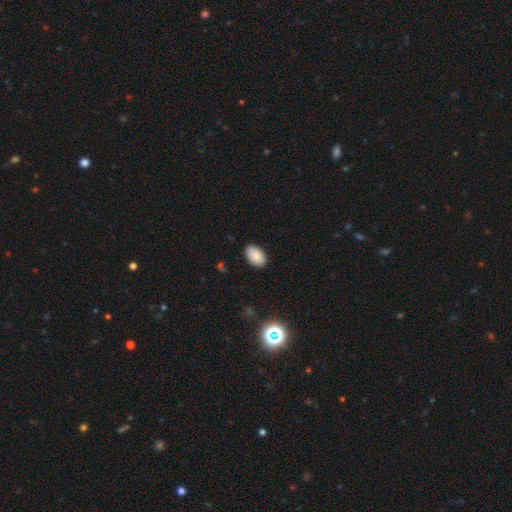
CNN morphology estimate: type=smooth (85%); roundness=in between (93%); merging=none (86%).